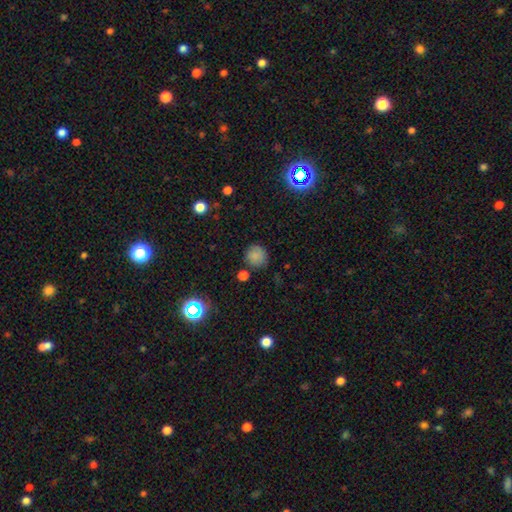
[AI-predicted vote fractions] This appears to be a smooth galaxy with no disk features (81%) that is round (92%). Merging: none (81%).